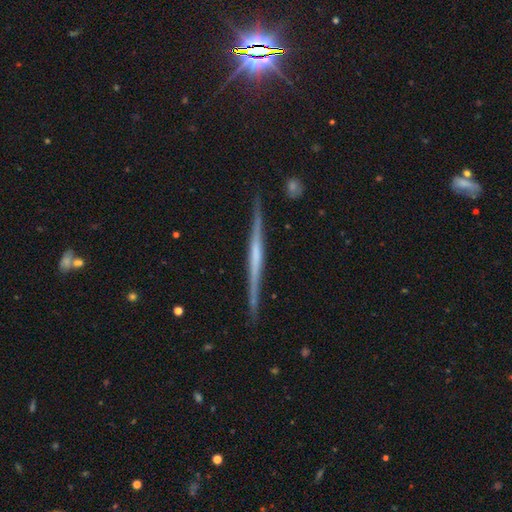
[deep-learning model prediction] Overall: featured or disk (76%). Edge-on disk: yes (98%). Edge-on bulge: none (64%). Merging: none (89%).